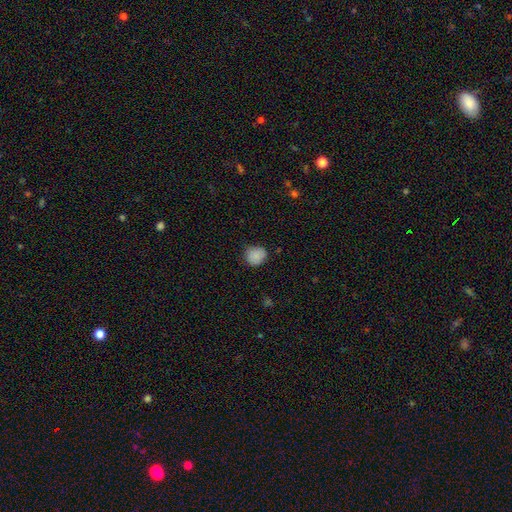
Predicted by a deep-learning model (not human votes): Morphology: type=smooth (87%); roundness=round (81%); merging=none (77%).